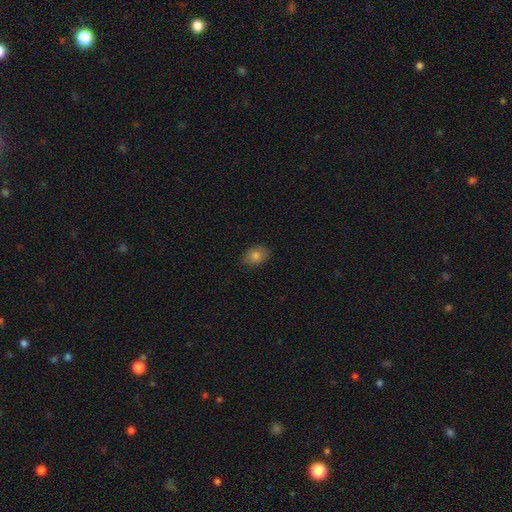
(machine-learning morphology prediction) Overall: smooth (81%). How rounded: in between (74%). Merging: none (86%).